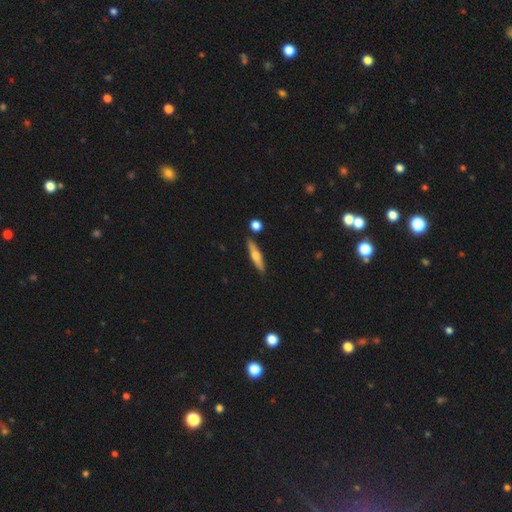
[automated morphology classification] A smooth galaxy with no disk features (49%).

Vote fractions:
- Smooth or featured? smooth: 49% / featured or disk: 45% / star or artifact: 6%
- Merging? none: 86% / minor disturbance: 8% / merger: 4% / major disturbance: 2%